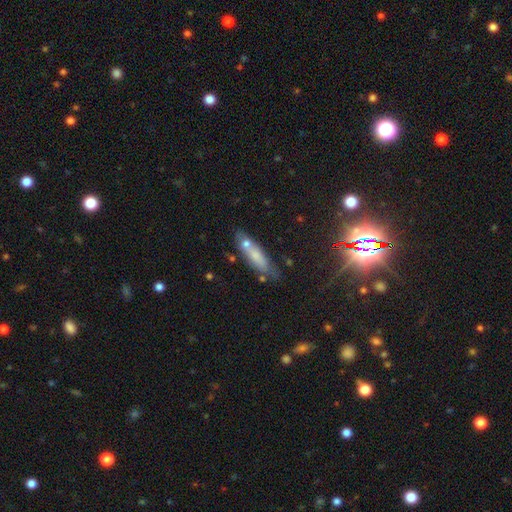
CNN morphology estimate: smooth_or_featured: smooth (p=0.66) [alt: featured or disk p=0.26]
how_rounded: cigar-shaped (p=0.64) [alt: in between p=0.33]
merging: none (p=0.58) [alt: minor disturbance p=0.21]